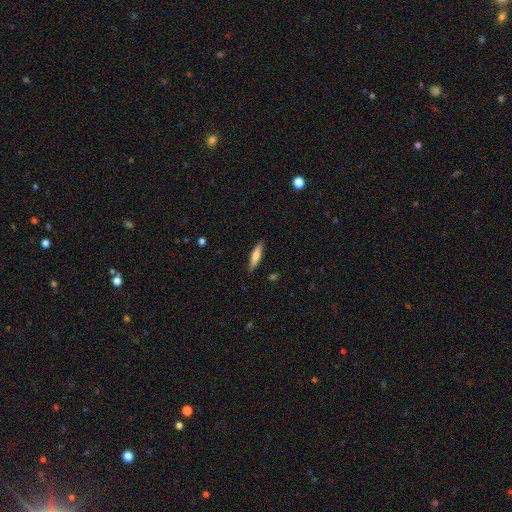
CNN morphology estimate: Overall: smooth (67%; featured or disk 27%). How rounded: cigar-shaped (79%). Merging: none (88%).